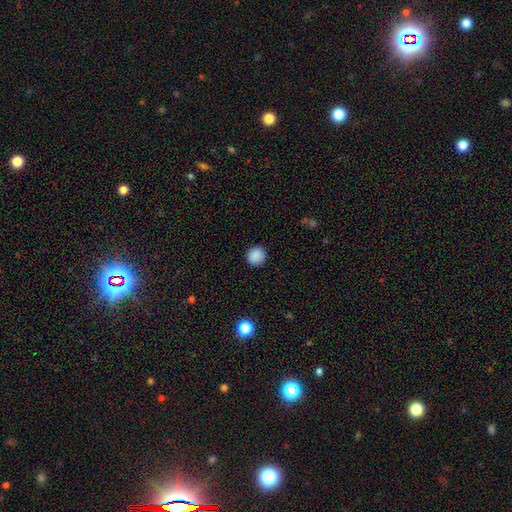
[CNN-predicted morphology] Smooth or featured? Predicted: smooth (p=0.89). How rounded? Predicted: round (p=0.94). Merging? Predicted: none (p=0.92).